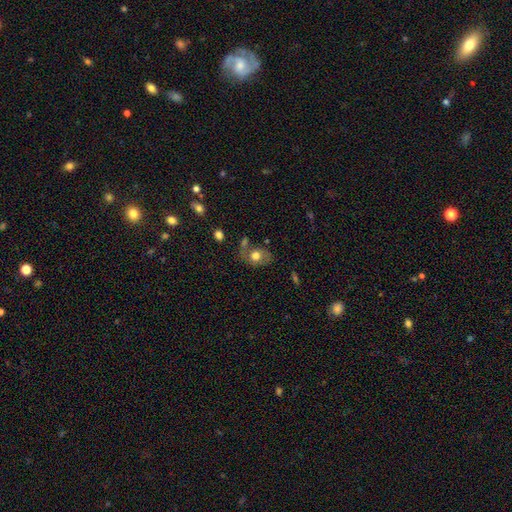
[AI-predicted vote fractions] Overall: smooth (67%). How rounded: in between (60%; round 38%). Merging: none (50%; minor disturbance 23%).